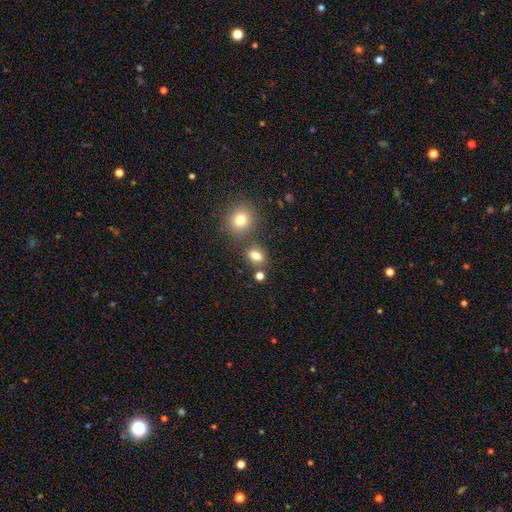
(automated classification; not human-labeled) The model was most divided on "how rounded": in between: 70%, round: 28%, cigar-shaped: 2%. More confident: smooth or featured — smooth (78%); merging — none (68%).